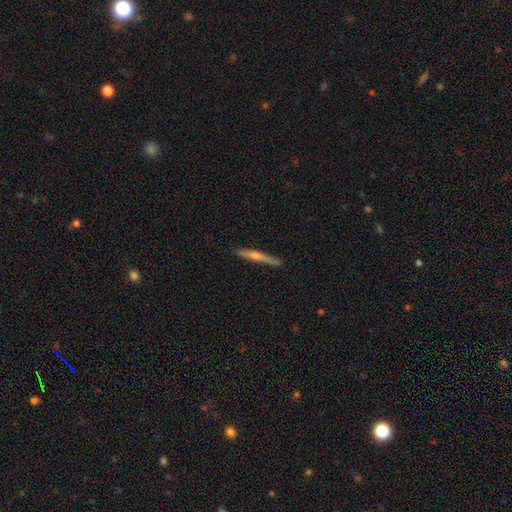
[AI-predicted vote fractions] Overall: featured or disk (60%; smooth 29%). Edge-on disk: yes (95%). Edge-on bulge: rounded (71%). Merging: none (87%).